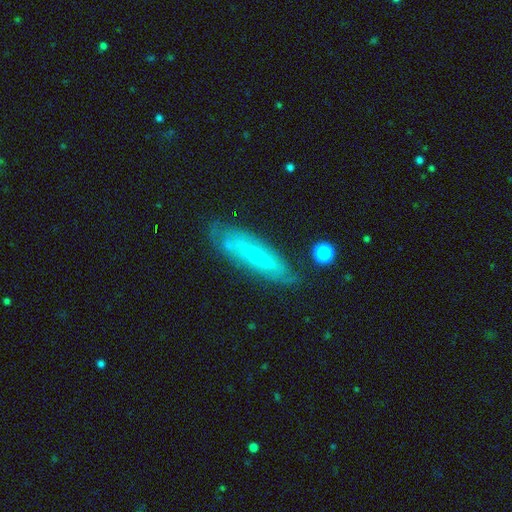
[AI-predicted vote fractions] featured or disk 52%, smooth 41%, star or artifact 7%. Down the decision tree: edge-on disk — yes (51%); merging — none (75%).